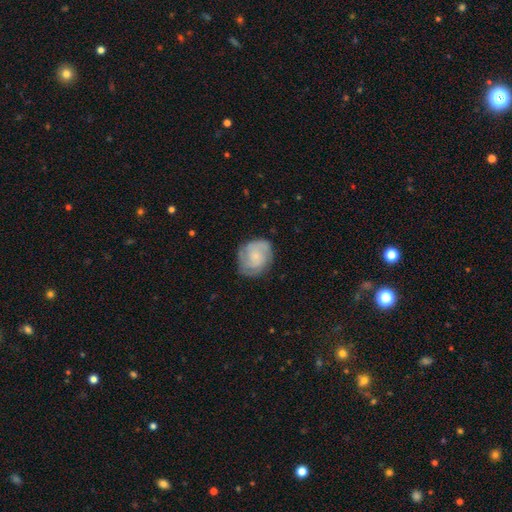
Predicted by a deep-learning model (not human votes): smooth-or-featured: featured or disk: 63% | smooth: 30% | star or artifact: 7%
  disk-edge-on: no: 98% | yes: 2%
    bar: no: 71% | weak: 26% | strong: 4%
    has-spiral-arms: yes: 90% | no: 10%
      spiral-winding: tight: 48% | medium: 40% | loose: 12%
      spiral-arm-count: 2: 37% | can't tell: 26% | 3: 24% | 4: 5% | 1: 4% | more than 4: 4%
    bulge-size: small: 57% | moderate: 20% | none: 20% | large: 3% | dominant: 1%
  merging: none: 72% | minor disturbance: 20% | major disturbance: 7% | merger: 1%